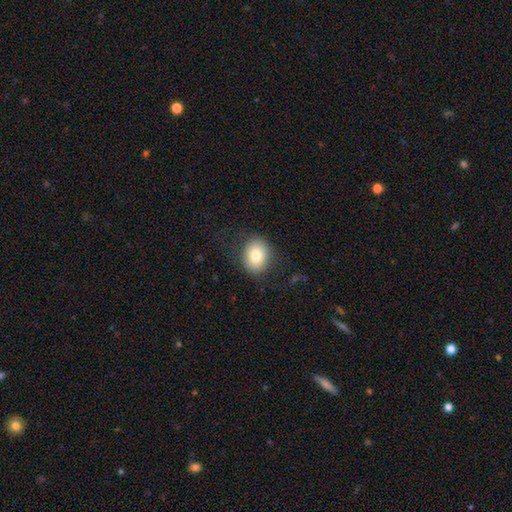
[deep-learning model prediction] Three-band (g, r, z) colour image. It shows a smooth galaxy with no disk features (79%) that is in between round and cigar-shaped (54%). Merging: none (81%).